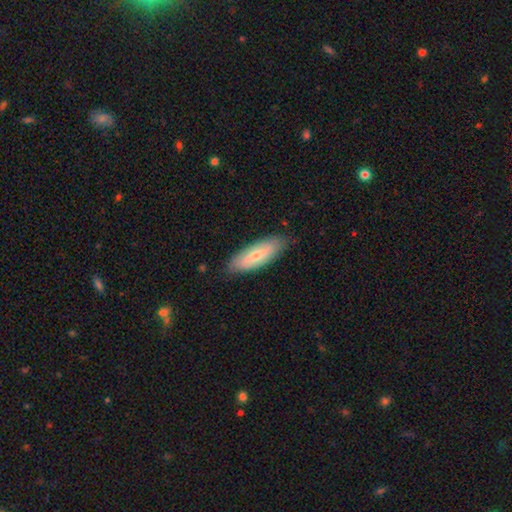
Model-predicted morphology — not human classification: Smooth or featured? Predicted: smooth (p=0.57). How rounded? Predicted: in between (p=0.57). Merging? Predicted: none (p=0.83).